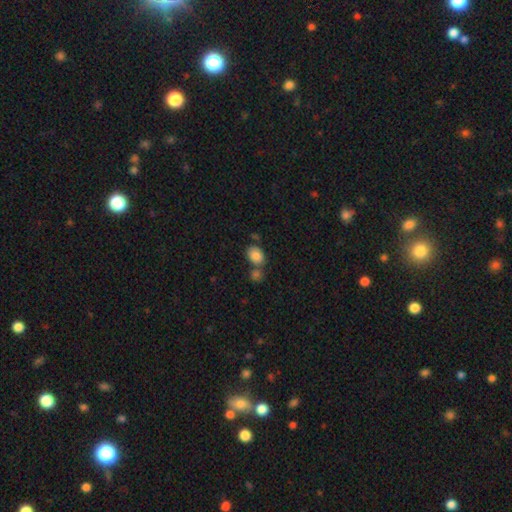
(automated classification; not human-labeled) Smooth or featured? smooth (85%)
How rounded? in between (73%)
Merging? none (55%)